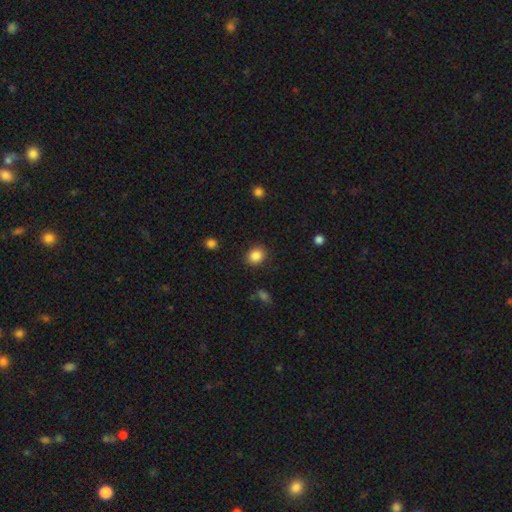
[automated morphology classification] This is clearly a smooth galaxy (87%). How rounded: likely round (63%). Merging: clearly none (88%).